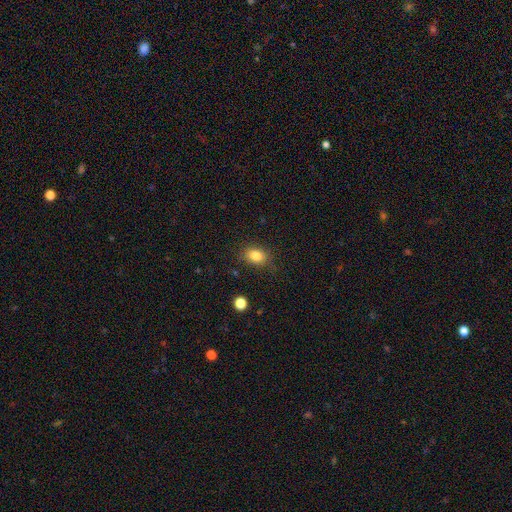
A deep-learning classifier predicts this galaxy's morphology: This is clearly a smooth galaxy (83%). How rounded: likely in between (69%). Merging: clearly none (81%).